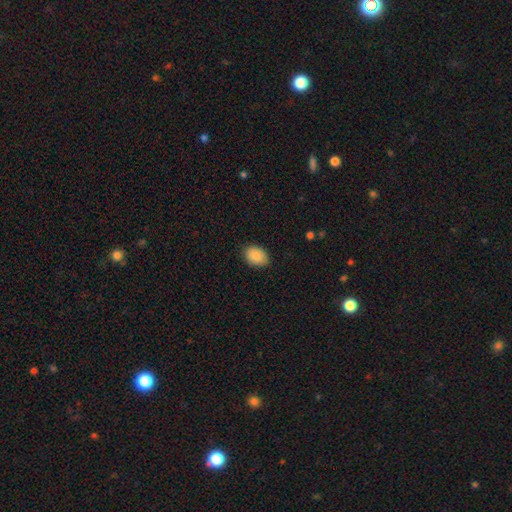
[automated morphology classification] This is clearly a smooth galaxy (86%). How rounded: likely in between (76%). Merging: clearly none (85%).